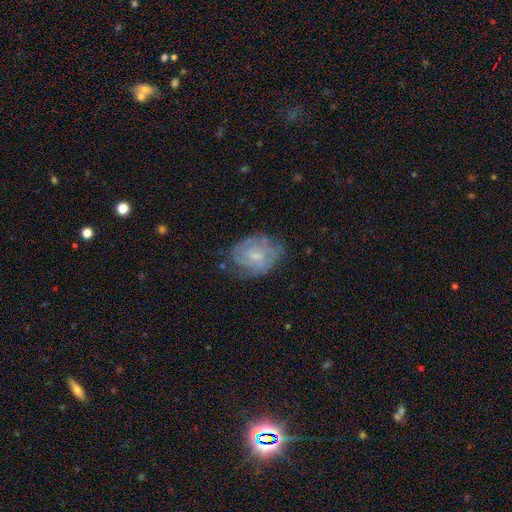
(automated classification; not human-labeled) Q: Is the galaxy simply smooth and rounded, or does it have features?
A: featured or disk — 70%.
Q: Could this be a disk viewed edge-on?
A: no — 97%.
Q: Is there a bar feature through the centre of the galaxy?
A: weak — 47%.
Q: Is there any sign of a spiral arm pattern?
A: yes — 85%.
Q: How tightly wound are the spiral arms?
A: tight — 55%.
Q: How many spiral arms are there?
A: can't tell — 40%.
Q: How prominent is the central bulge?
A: small — 54%.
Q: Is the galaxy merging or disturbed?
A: none — 63%.